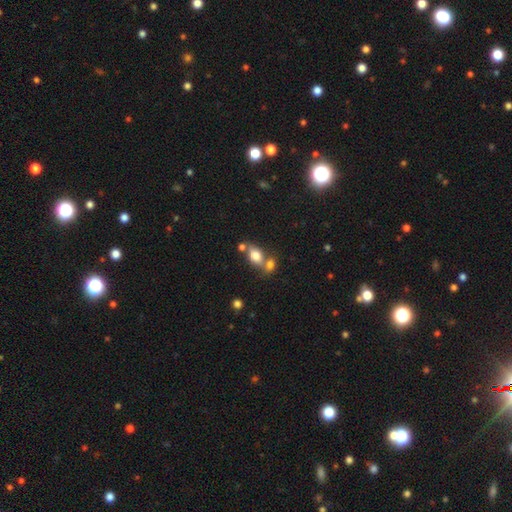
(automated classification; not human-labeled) Overall: smooth (76%). How rounded: in between (78%). Merging: merger (45%; none 39%).